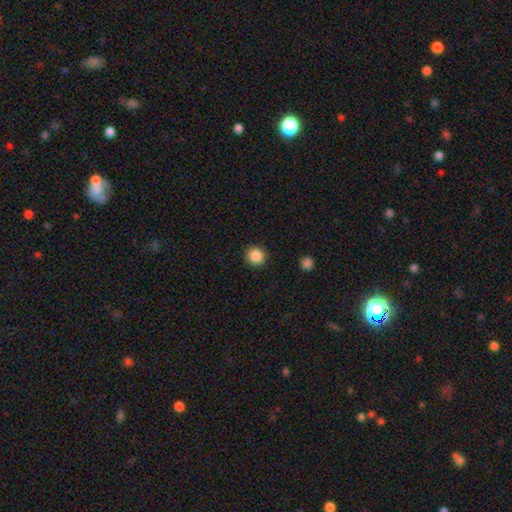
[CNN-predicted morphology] smooth-or-featured: smooth: 87% | star or artifact: 10% | featured or disk: 3%
  how-rounded: round: 93% | in between: 6% | cigar-shaped: 1%
  merging: none: 92% | minor disturbance: 5% | major disturbance: 2% | merger: 1%